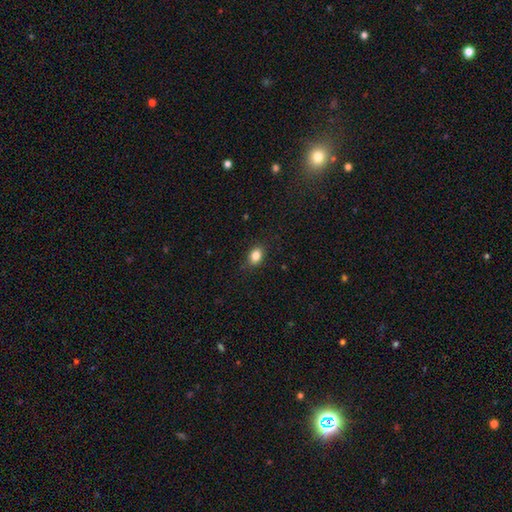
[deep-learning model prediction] Morphology: type=smooth (84%); roundness=in between (76%); merging=none (85%).